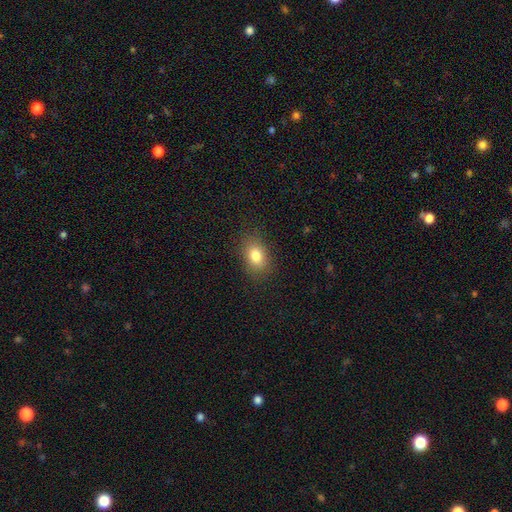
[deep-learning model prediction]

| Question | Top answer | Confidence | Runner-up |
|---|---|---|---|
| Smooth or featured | smooth | 81% | star or artifact (10%) |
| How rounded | in between | 77% | round (21%) |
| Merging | none | 85% | minor disturbance (11%) |